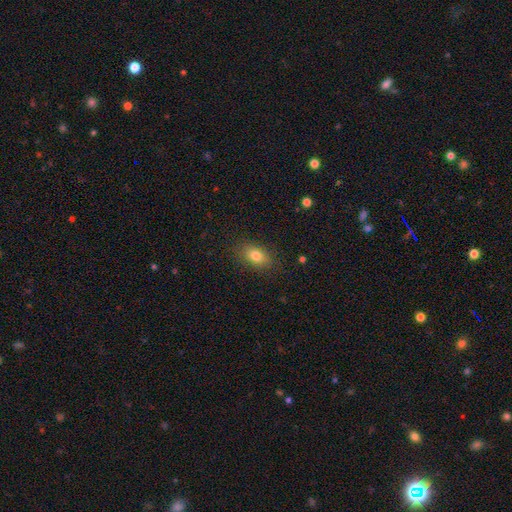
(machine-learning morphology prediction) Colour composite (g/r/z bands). It shows a smooth galaxy with no disk features (81%) that is in between round and cigar-shaped (85%). Merging: none (85%).